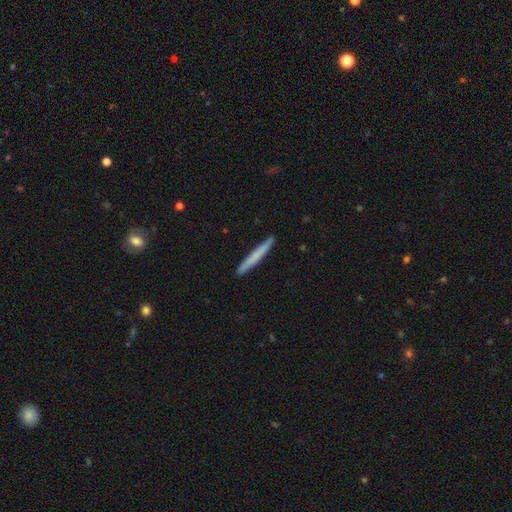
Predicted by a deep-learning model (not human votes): A smooth galaxy with no disk features (68%) that is cigar-shaped (97%).

Vote fractions:
- Smooth or featured? smooth: 68% / featured or disk: 26% / star or artifact: 5%
- How rounded? cigar-shaped: 97% / in between: 2% / round: 1%
- Merging? none: 92% / minor disturbance: 6% / major disturbance: 1% / merger: 1%